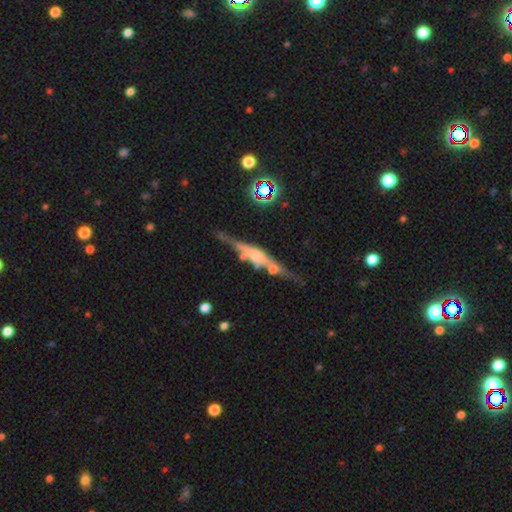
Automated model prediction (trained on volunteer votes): Smooth or featured? featured or disk (74%)
Edge-on disk? yes (95%)
Edge-on bulge? rounded (72%)
Merging? none (71%)